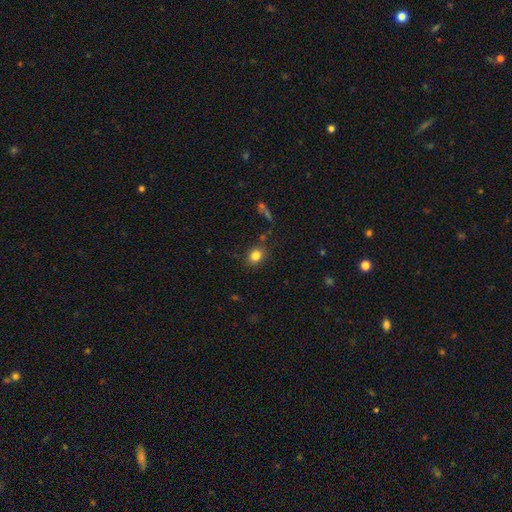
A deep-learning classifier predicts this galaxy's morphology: smooth_or_featured: smooth (p=0.83) [alt: star or artifact p=0.11]
how_rounded: in between (p=0.53) [alt: round p=0.46]
merging: none (p=0.82) [alt: minor disturbance p=0.12]